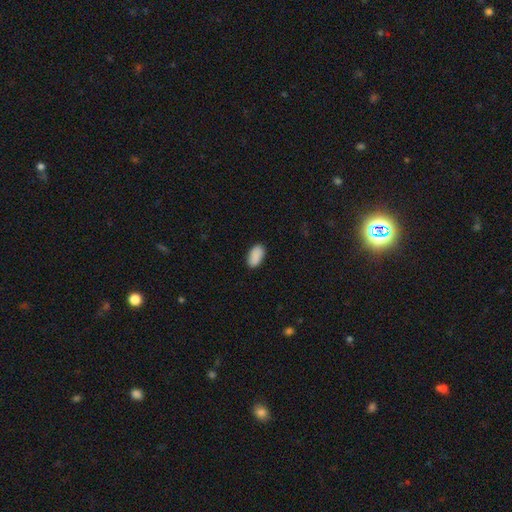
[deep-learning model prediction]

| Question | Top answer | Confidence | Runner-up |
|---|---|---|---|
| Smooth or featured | smooth | 90% | star or artifact (7%) |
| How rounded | in between | 94% | round (3%) |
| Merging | none | 87% | minor disturbance (10%) |